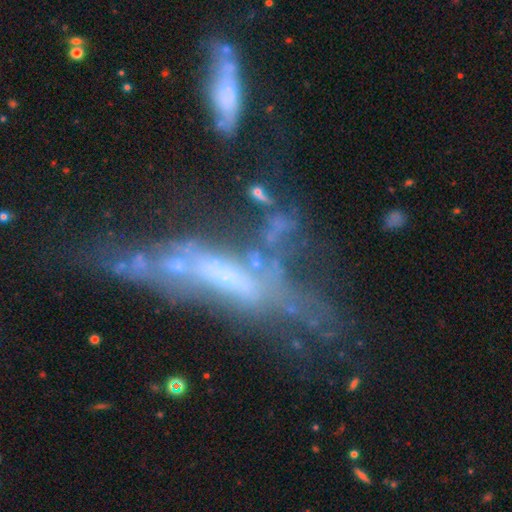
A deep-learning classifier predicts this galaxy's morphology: Smooth or featured?
  - featured or disk: 61% *
  - smooth: 23%
  - star or artifact: 16%
Edge-on disk?
  - no: 68% *
  - yes: 32%
Merging?
  - major disturbance: 35% *
  - merger: 30%
  - none: 22%
  - minor disturbance: 13%